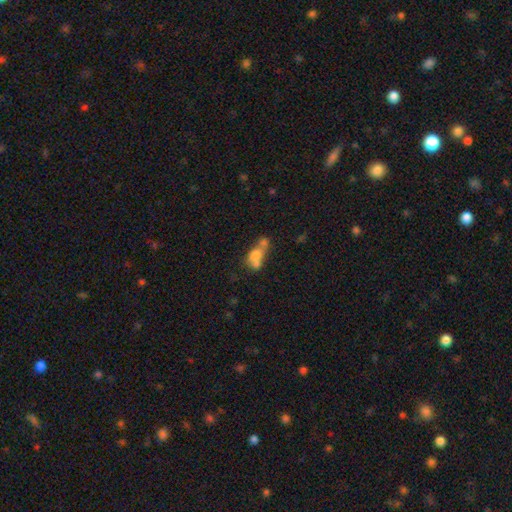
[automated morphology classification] smooth-or-featured: smooth: 65% | featured or disk: 24% | star or artifact: 11%
  how-rounded: in between: 54% | round: 42% | cigar-shaped: 5%
  merging: merger: 68% | none: 18% | minor disturbance: 8% | major disturbance: 6%